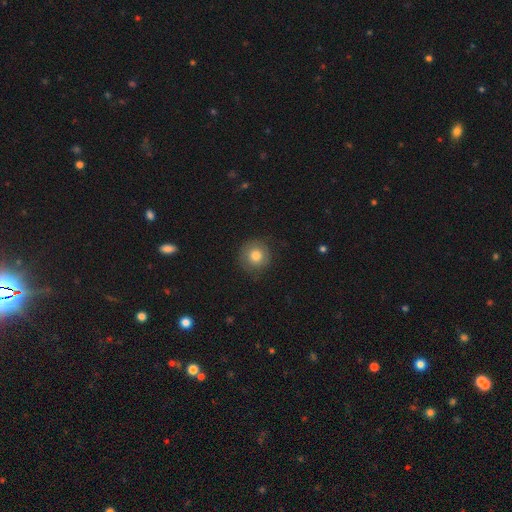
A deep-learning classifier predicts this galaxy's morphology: smooth_or_featured: smooth (p=0.79) [alt: featured or disk p=0.12]
how_rounded: round (p=0.94) [alt: in between p=0.05]
merging: none (p=0.82) [alt: minor disturbance p=0.13]